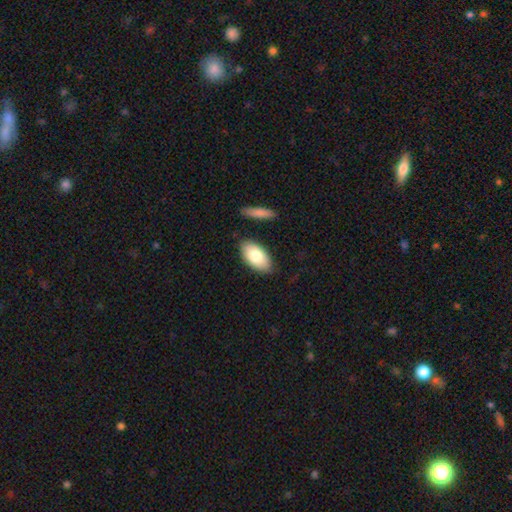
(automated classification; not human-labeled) A smooth galaxy with no disk features (79%) that is in between round and cigar-shaped (94%). Merging: none (83%).